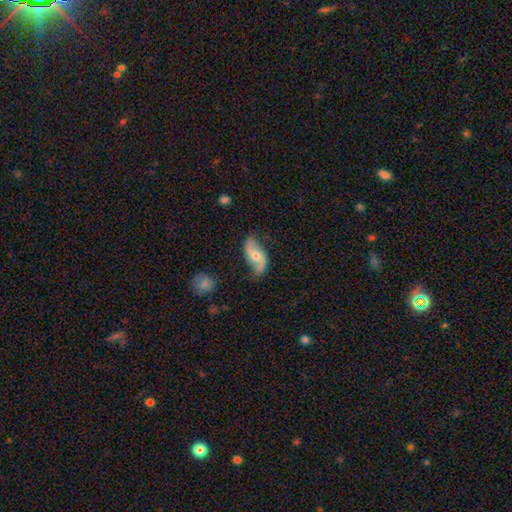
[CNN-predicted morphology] This is likely a featured or disk galaxy (73%). It is clearly not viewed edge-on (93%). Bar: possibly no (56%). Spiral arm pattern: clearly yes (90%). Spiral arm count: clearly 2 (92%). Spiral winding: clearly loose (81%). Central bulge: likely moderate (63%). Merging: likely none (70%).